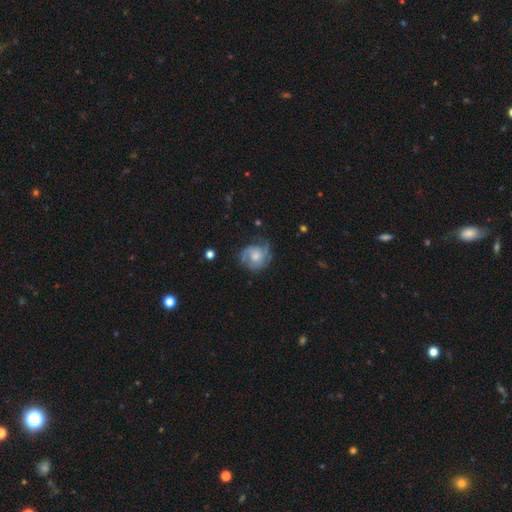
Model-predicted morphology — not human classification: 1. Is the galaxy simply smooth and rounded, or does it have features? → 70% featured or disk, 23% smooth, 7% star or artifact.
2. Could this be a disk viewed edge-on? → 98% no, 2% yes.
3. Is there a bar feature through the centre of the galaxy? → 75% no, 21% weak, 3% strong.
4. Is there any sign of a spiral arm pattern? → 89% yes, 11% no.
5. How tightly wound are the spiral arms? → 48% tight, 38% medium, 14% loose.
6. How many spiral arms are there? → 44% 2, 25% can't tell, 18% 3, 7% 1, 4% 4, 3% more than 4.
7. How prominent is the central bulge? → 50% moderate, 35% small, 8% large, 5% none, 1% dominant.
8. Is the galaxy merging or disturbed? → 62% none, 23% minor disturbance, 13% major disturbance, 2% merger.